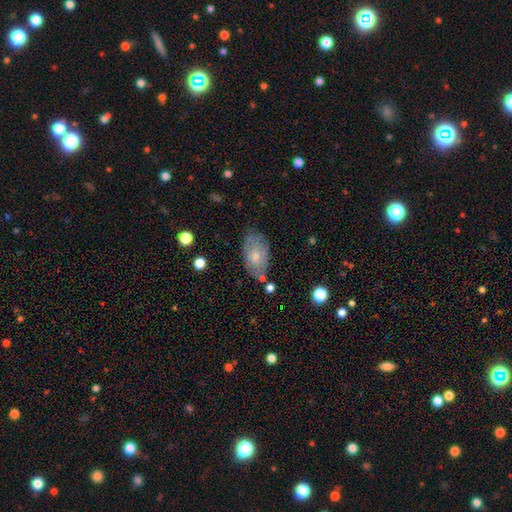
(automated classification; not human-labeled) smooth-or-featured: smooth: 58% | featured or disk: 35% | star or artifact: 7%
  how-rounded: in between: 92% | round: 5% | cigar-shaped: 2%
  merging: none: 65% | minor disturbance: 24% | major disturbance: 7% | merger: 5%